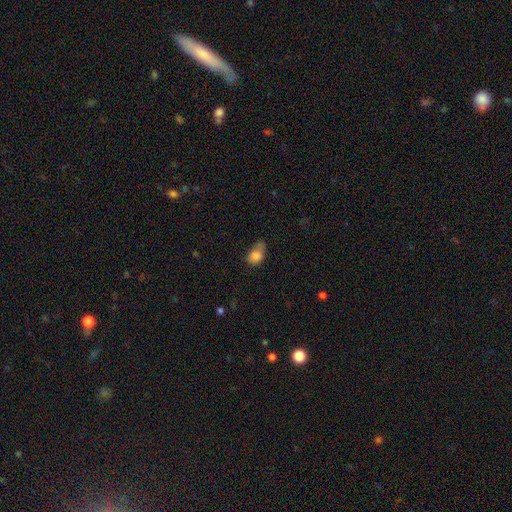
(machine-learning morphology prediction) Overall: smooth (81%). How rounded: in between (64%; round 35%). Merging: none (38%; minor disturbance 34%).